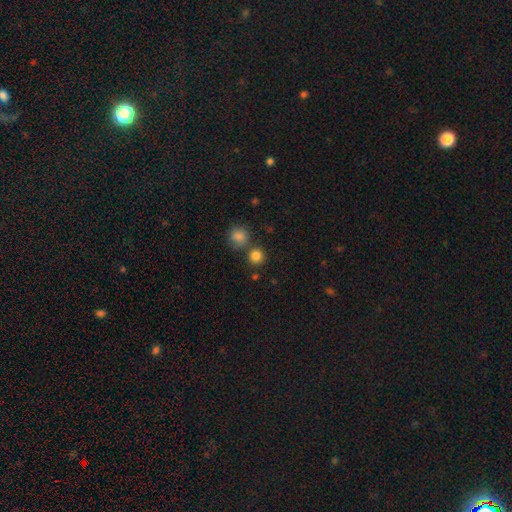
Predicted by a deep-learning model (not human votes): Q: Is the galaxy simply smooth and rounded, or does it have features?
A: smooth — 83%.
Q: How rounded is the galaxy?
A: round — 91%.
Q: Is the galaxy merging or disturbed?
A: none — 73%.